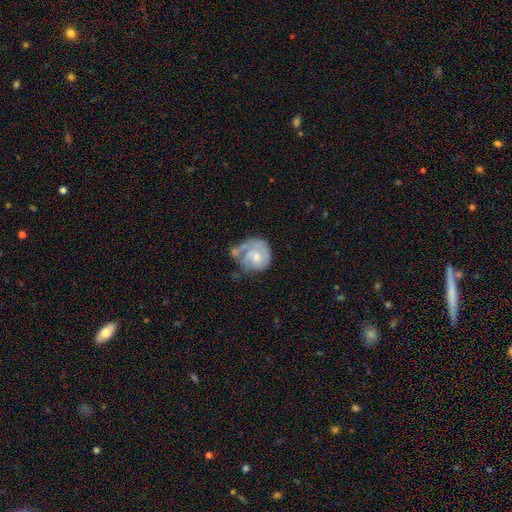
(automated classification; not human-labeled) This appears to be a featured or disk galaxy (62%) with no bar (70%), spiral arms (73%) and a moderate central bulge (46%). Merging: none (35%).